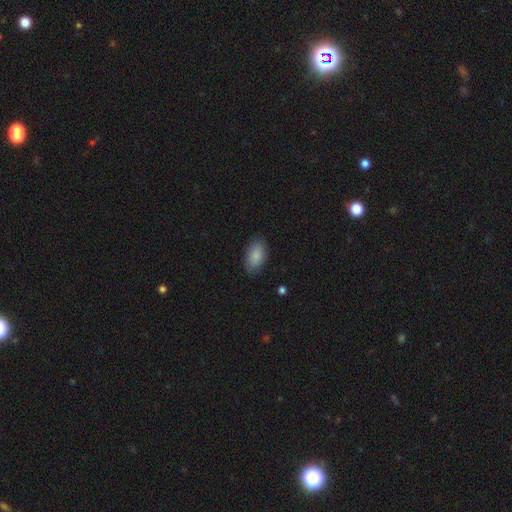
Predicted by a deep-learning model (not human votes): Smooth or featured?
  - smooth: 86% *
  - featured or disk: 7%
  - star or artifact: 6%
How rounded?
  - in between: 94% *
  - round: 5%
  - cigar-shaped: 2%
Merging?
  - none: 82% *
  - minor disturbance: 14%
  - major disturbance: 3%
  - merger: 1%